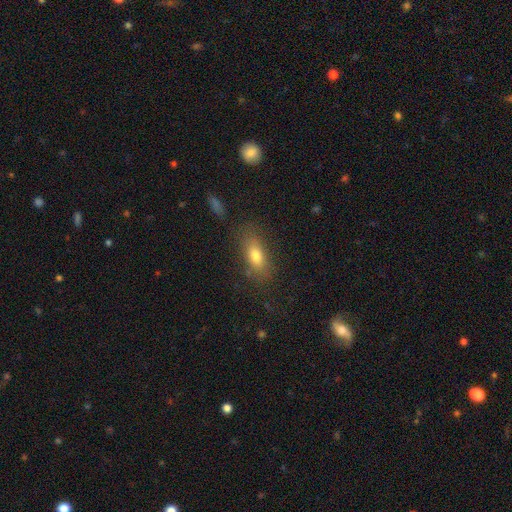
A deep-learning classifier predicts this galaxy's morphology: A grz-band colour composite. It shows a smooth galaxy with no disk features (73%) that is in between round and cigar-shaped (75%). Merging: none (75%).